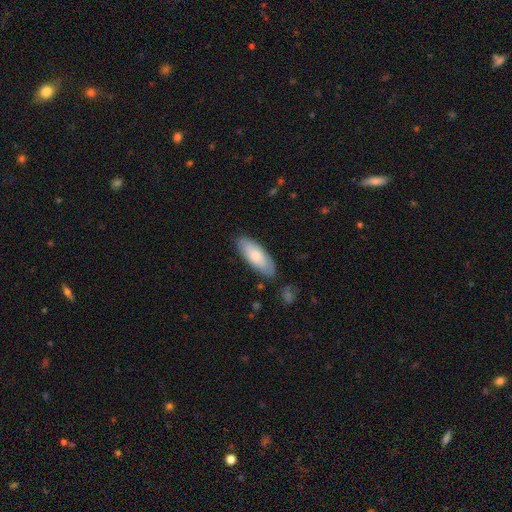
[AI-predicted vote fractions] Smooth or featured?
  - smooth: 76% *
  - featured or disk: 19%
  - star or artifact: 5%
How rounded?
  - in between: 74% *
  - cigar-shaped: 24%
  - round: 2%
Merging?
  - none: 81% *
  - minor disturbance: 14%
  - major disturbance: 3%
  - merger: 2%